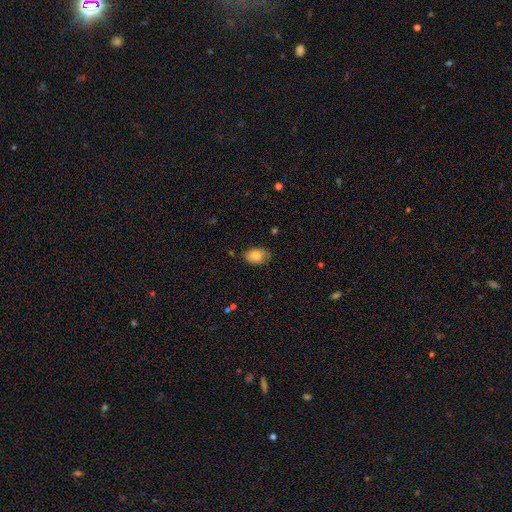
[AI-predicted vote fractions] smooth 82%, featured or disk 10%, star or artifact 8%. Down the decision tree: how rounded — in between (81%); merging — none (72%).